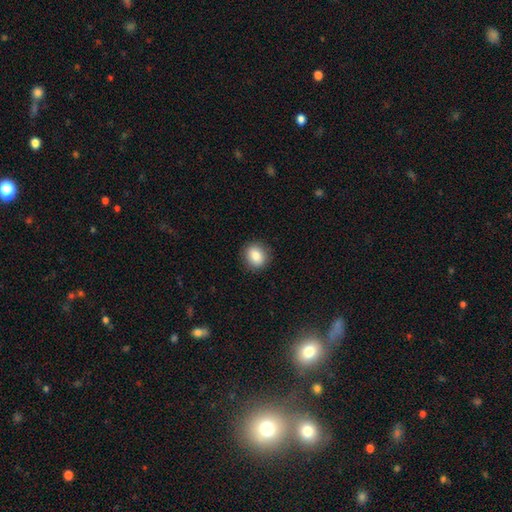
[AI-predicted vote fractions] Smooth or featured?
  - smooth: 83% *
  - star or artifact: 9%
  - featured or disk: 8%
How rounded?
  - round: 72% *
  - in between: 27%
  - cigar-shaped: 1%
Merging?
  - none: 90% *
  - minor disturbance: 7%
  - major disturbance: 2%
  - merger: 1%